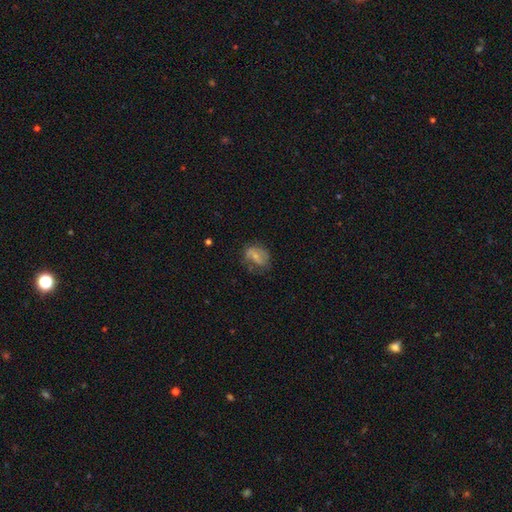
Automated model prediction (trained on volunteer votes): A smooth galaxy with no disk features (50%).

Vote fractions:
- Smooth or featured? smooth: 50% / featured or disk: 41% / star or artifact: 9%
- Merging? none: 50% / minor disturbance: 29% / major disturbance: 18% / merger: 3%